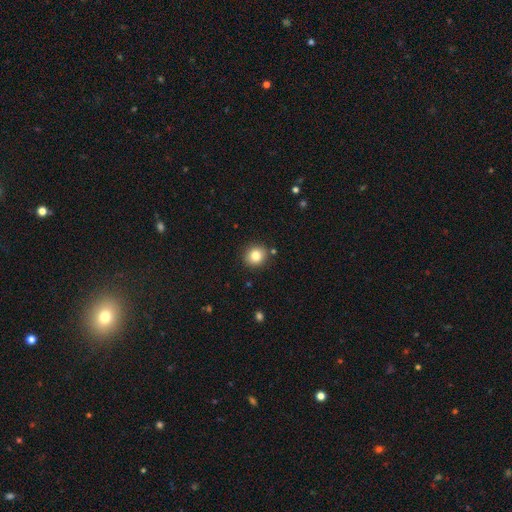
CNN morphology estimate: This is clearly a smooth galaxy (83%). How rounded: clearly round (83%). Merging: clearly none (88%).